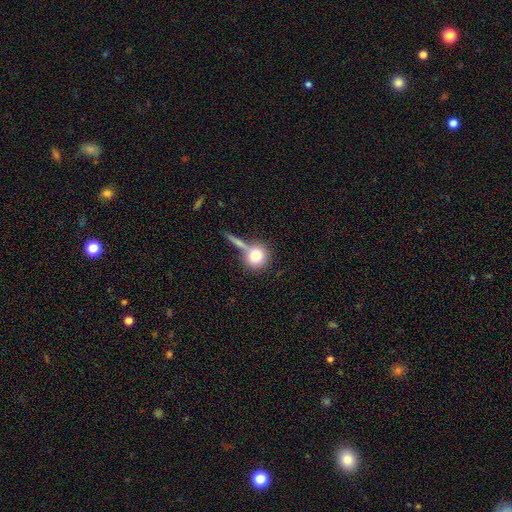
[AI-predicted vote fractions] The model was most divided on "merging": none: 54%, merger: 27%, minor disturbance: 12%, major disturbance: 7%. More confident: how rounded — round (90%); smooth or featured — smooth (77%).